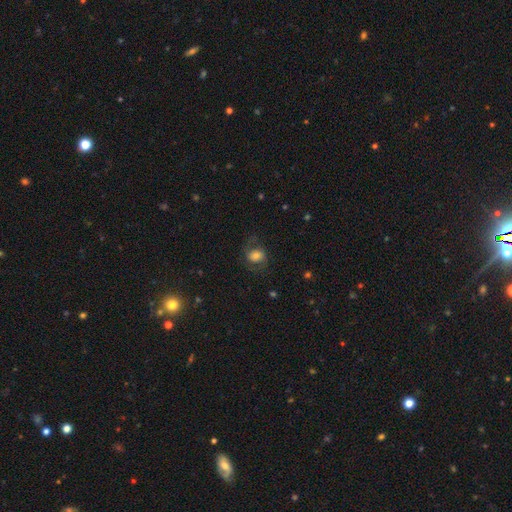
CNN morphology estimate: smooth 52%, featured or disk 38%, star or artifact 10%. Down the decision tree: how rounded — round (52%); merging — none (65%).